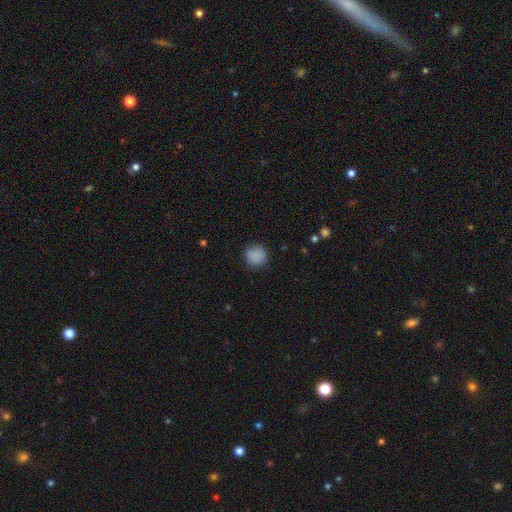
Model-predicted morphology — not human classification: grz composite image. It shows a smooth galaxy with no disk features (87%) that is round (91%). Merging: none (87%).